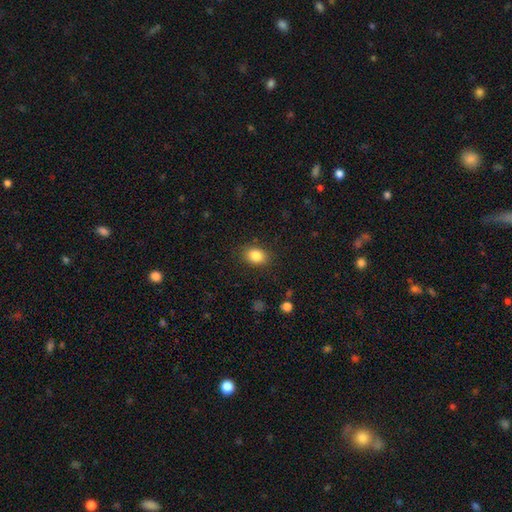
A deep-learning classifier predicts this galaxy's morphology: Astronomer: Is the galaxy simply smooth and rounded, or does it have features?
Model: smooth — 84%.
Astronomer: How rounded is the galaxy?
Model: in between — 67%.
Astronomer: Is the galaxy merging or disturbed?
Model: none — 86%.